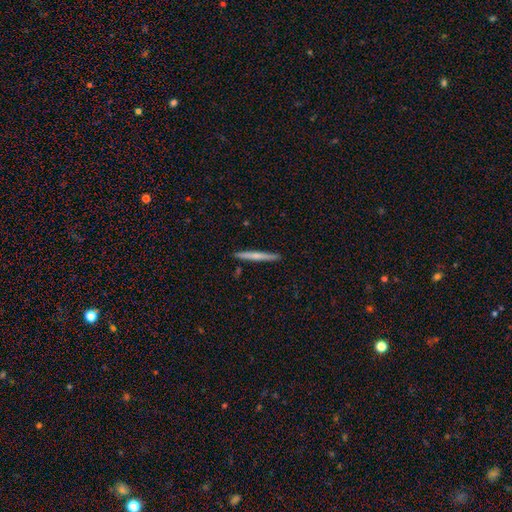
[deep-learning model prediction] This is possibly a smooth galaxy (55%). How rounded: clearly cigar-shaped (96%). Merging: clearly none (91%).